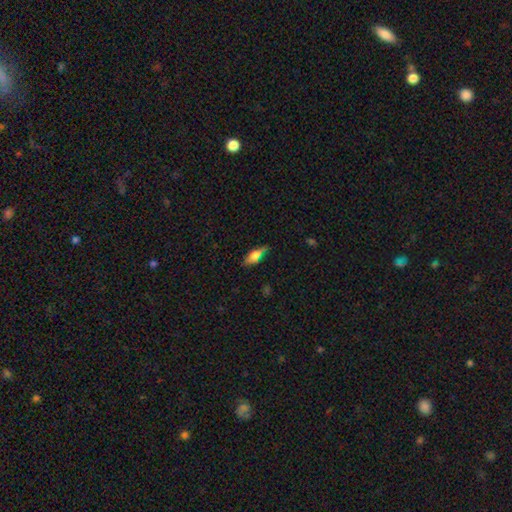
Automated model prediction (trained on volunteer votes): A smooth galaxy with no disk features (66%) that is in between round and cigar-shaped (70%). Merging: none (62%).